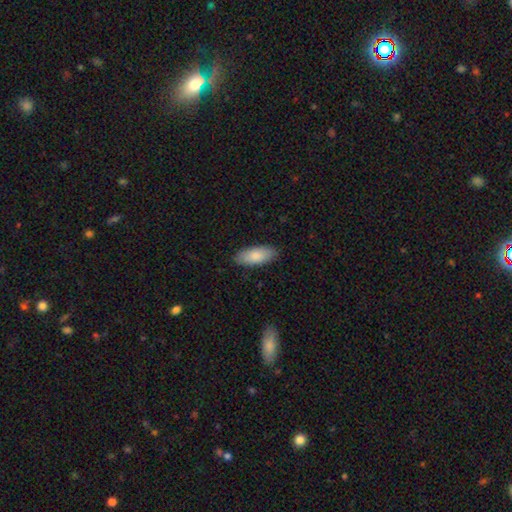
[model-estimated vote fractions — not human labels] Q: Smooth or featured?
A: smooth (85%); runner-up: featured or disk (9%)
Q: How rounded?
A: in between (83%); runner-up: cigar-shaped (15%)
Q: Merging?
A: none (87%); runner-up: minor disturbance (10%)